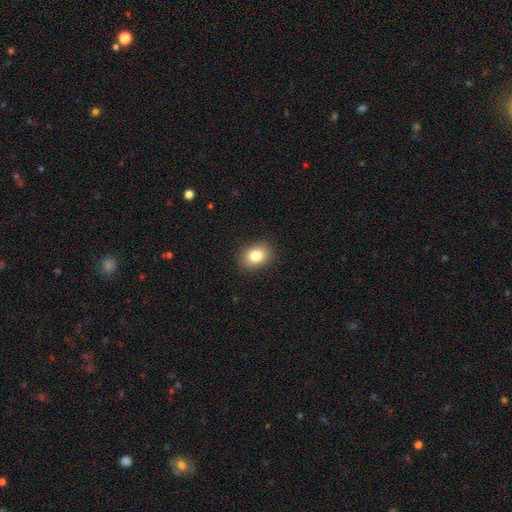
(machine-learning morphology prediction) smooth-or-featured: smooth: 82% | star or artifact: 10% | featured or disk: 8%
  how-rounded: in between: 59% | round: 40% | cigar-shaped: 1%
  merging: none: 89% | minor disturbance: 8% | major disturbance: 2% | merger: 1%